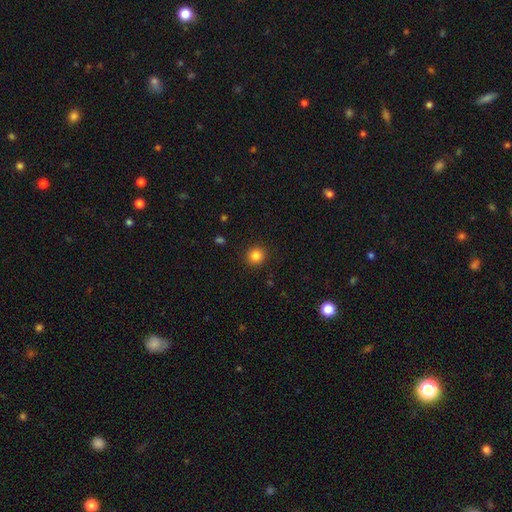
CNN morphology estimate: Smooth or featured?
  - smooth: 85% *
  - star or artifact: 11%
  - featured or disk: 4%
How rounded?
  - round: 91% *
  - in between: 8%
  - cigar-shaped: 1%
Merging?
  - none: 91% *
  - minor disturbance: 6%
  - major disturbance: 2%
  - merger: 1%